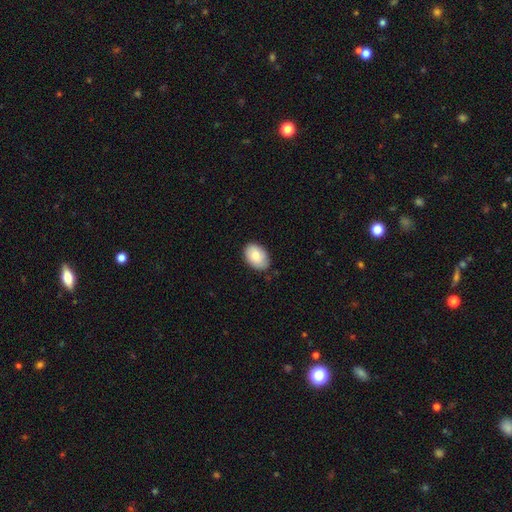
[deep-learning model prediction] smooth 84%, featured or disk 10%, star or artifact 6%. Down the decision tree: how rounded — in between (88%); merging — none (82%).